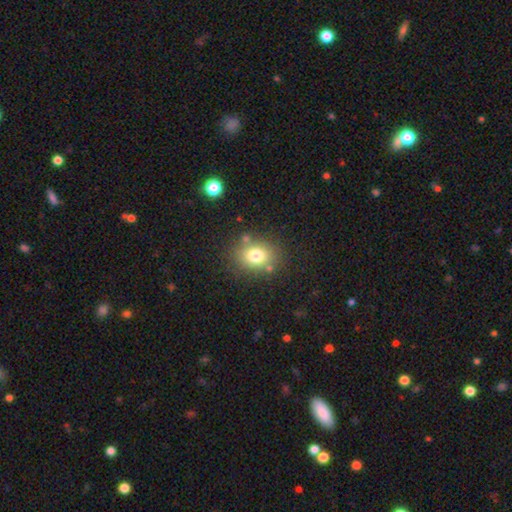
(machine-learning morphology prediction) smooth-or-featured: smooth: 76% | star or artifact: 13% | featured or disk: 11%
  how-rounded: round: 55% | in between: 44% | cigar-shaped: 1%
  merging: none: 77% | minor disturbance: 12% | merger: 7% | major disturbance: 4%